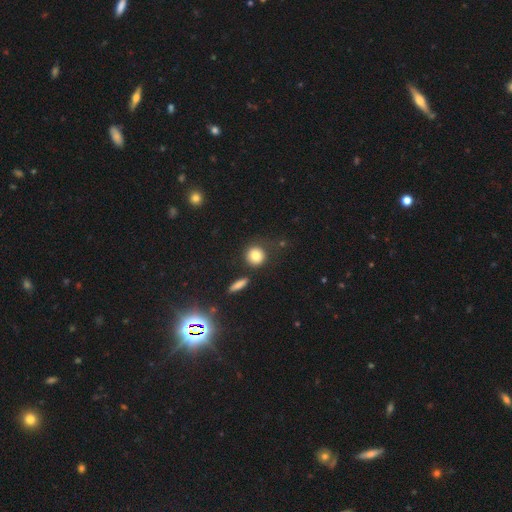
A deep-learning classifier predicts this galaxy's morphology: A smooth galaxy with no disk features (80%) that is round (87%). Merging: none (74%).